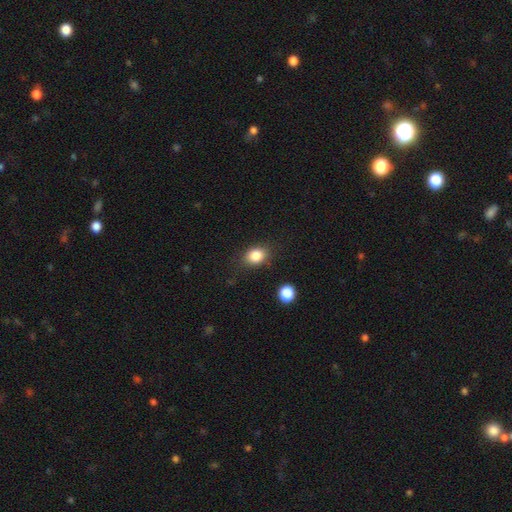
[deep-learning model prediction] Smooth or featured? smooth (84%)
How rounded? in between (56%)
Merging? none (80%)